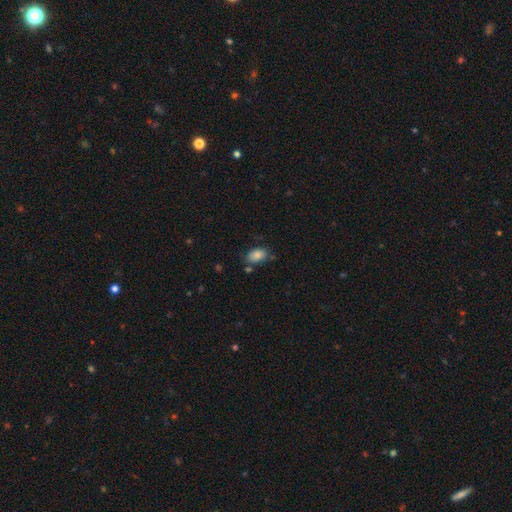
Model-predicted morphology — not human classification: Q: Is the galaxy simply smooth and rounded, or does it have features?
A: smooth — 85%.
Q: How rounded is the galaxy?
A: in between — 88%.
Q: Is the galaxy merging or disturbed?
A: none — 71%.